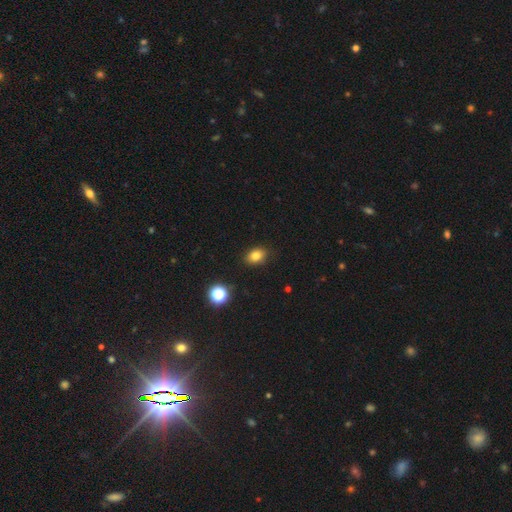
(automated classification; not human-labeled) Smooth or featured?
  - smooth: 81% *
  - star or artifact: 12%
  - featured or disk: 7%
How rounded?
  - in between: 70% *
  - round: 29%
  - cigar-shaped: 1%
Merging?
  - none: 87% *
  - minor disturbance: 9%
  - major disturbance: 2%
  - merger: 1%